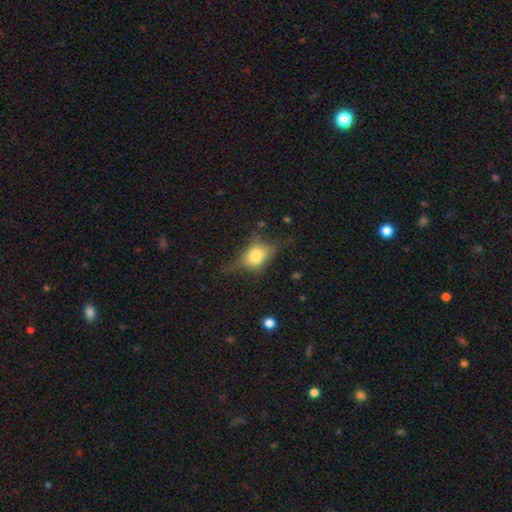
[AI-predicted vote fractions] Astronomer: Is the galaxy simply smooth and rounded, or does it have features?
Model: smooth — 65%.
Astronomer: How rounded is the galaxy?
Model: in between — 59% (runner-up: round, 38%).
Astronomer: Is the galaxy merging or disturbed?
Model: none — 49% (runner-up: minor disturbance, 29%).